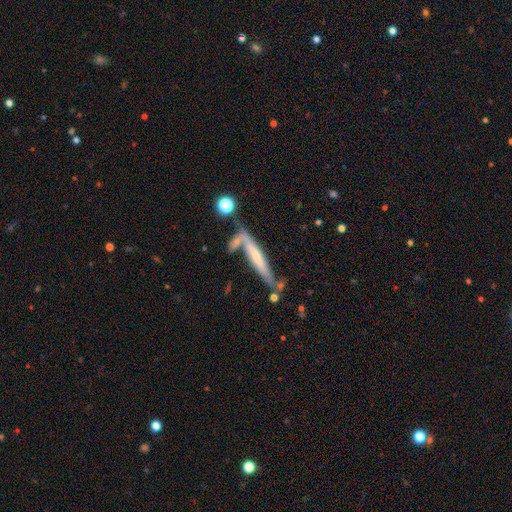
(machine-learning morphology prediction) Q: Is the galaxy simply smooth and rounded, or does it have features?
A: featured or disk — 54%.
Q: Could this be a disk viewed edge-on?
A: yes — 80%.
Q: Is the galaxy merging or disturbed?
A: none — 53%.